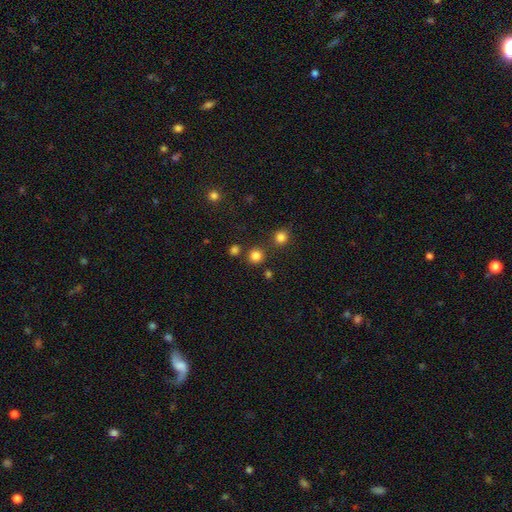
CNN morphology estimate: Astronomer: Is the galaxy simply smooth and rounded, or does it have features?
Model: smooth — 81%.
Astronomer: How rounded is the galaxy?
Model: round — 92%.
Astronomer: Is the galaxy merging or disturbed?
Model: none — 82%.